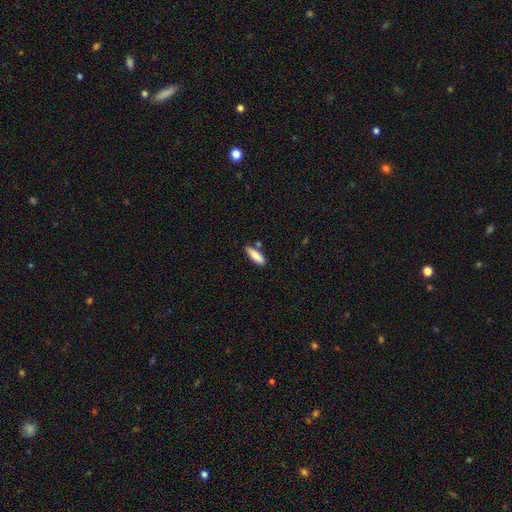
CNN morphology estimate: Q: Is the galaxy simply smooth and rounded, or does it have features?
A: smooth — 86%.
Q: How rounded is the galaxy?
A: cigar-shaped — 49%, tied with in between.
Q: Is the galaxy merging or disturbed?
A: none — 74%.